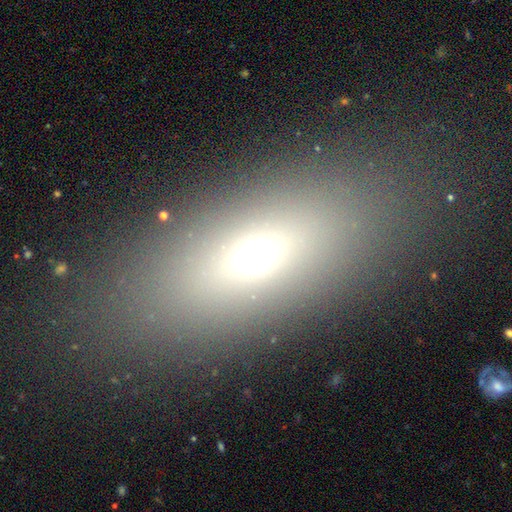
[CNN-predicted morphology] Smooth or featured? smooth (63%)
How rounded? in between (76%)
Merging? none (81%)